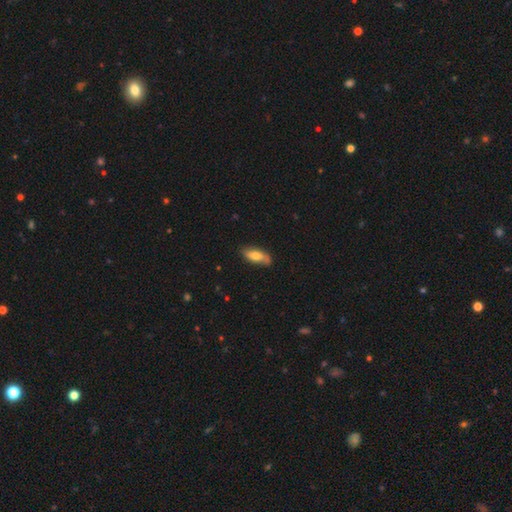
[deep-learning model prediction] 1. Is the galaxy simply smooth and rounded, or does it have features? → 62% smooth, 31% featured or disk, 6% star or artifact.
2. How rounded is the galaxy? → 73% in between, 24% cigar-shaped, 3% round.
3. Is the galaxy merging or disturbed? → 74% none, 21% minor disturbance, 4% major disturbance, 2% merger.